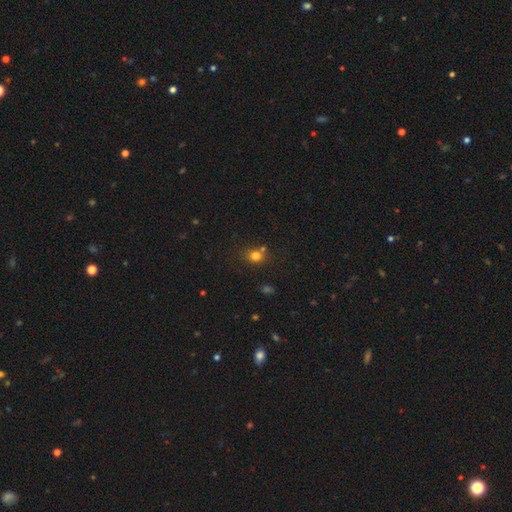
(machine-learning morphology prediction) Smooth or featured? Predicted: smooth (p=0.77). How rounded? Predicted: round (p=0.75). Merging? Predicted: none (p=0.66).